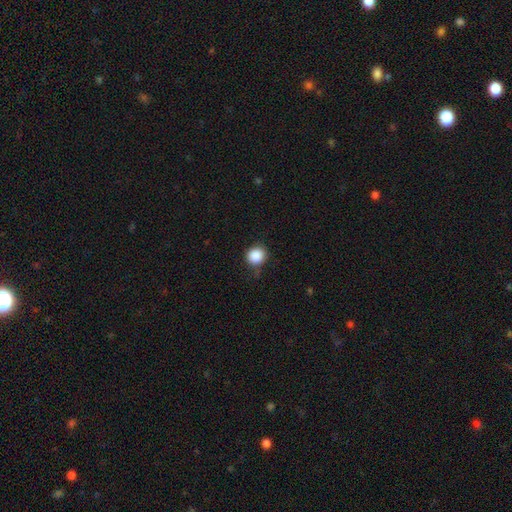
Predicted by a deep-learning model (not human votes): smooth-or-featured: smooth: 88% | star or artifact: 9% | featured or disk: 3%
  how-rounded: round: 89% | in between: 10% | cigar-shaped: 1%
  merging: none: 77% | minor disturbance: 18% | major disturbance: 4% | merger: 2%